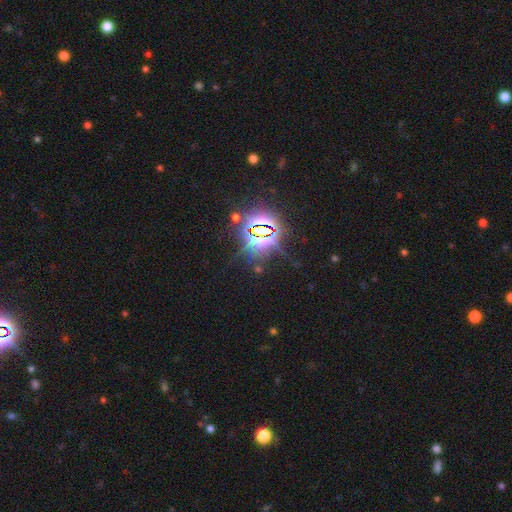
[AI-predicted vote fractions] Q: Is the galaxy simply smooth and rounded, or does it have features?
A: star or artifact — 84%.